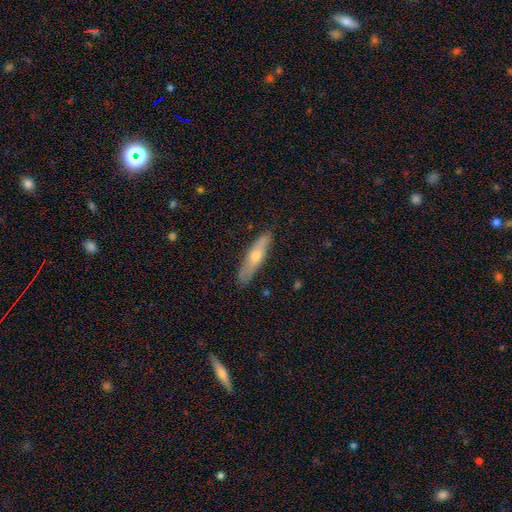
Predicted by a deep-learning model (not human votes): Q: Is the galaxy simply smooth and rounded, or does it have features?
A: smooth — 53%.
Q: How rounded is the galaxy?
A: cigar-shaped — 75%.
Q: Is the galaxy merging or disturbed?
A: none — 85%.